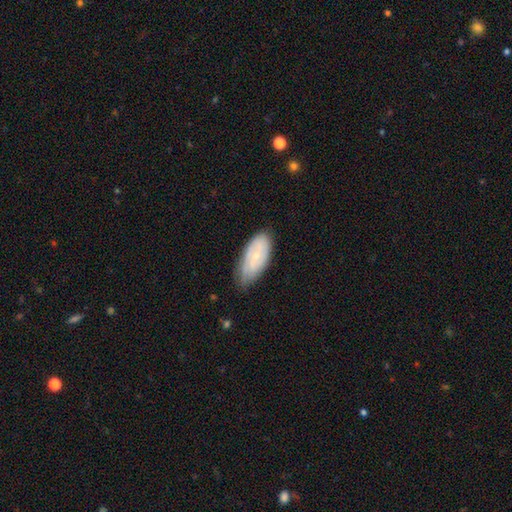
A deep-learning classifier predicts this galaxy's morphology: Smooth or featured: smooth — 56% (featured or disk — 37%)
How rounded: in between — 89% (cigar-shaped — 8%)
Merging: none — 63% (minor disturbance — 30%)